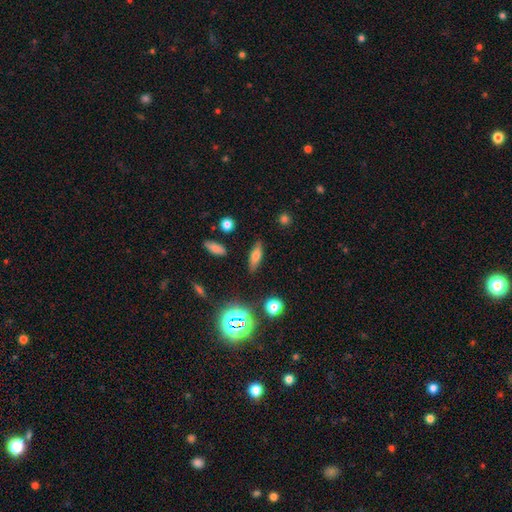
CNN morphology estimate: Smooth or featured?
  - smooth: 66% *
  - featured or disk: 20%
  - star or artifact: 14%
How rounded?
  - in between: 58% *
  - cigar-shaped: 38%
  - round: 5%
Merging?
  - none: 82% *
  - minor disturbance: 12%
  - major disturbance: 3%
  - merger: 3%